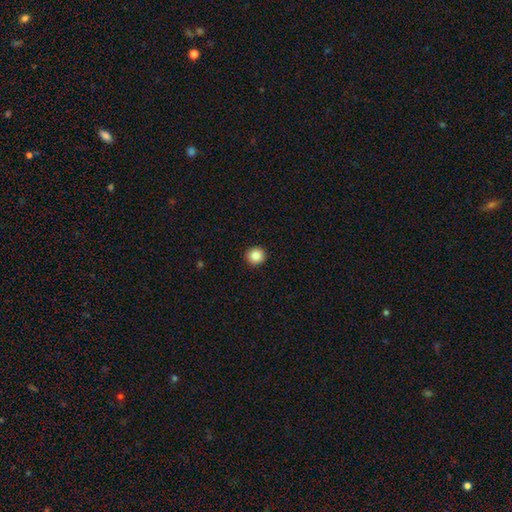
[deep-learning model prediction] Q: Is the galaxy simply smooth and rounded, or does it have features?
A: smooth — 86%.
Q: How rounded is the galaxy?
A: round — 94%.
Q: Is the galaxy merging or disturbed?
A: none — 93%.